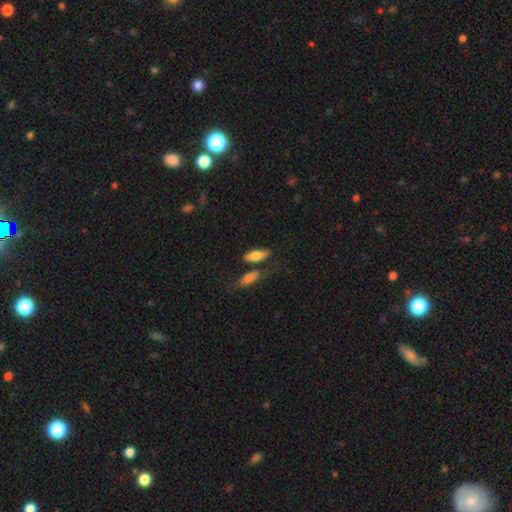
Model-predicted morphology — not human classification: A smooth galaxy with no disk features (74%) that is in between round and cigar-shaped (71%). Merging: none (63%).